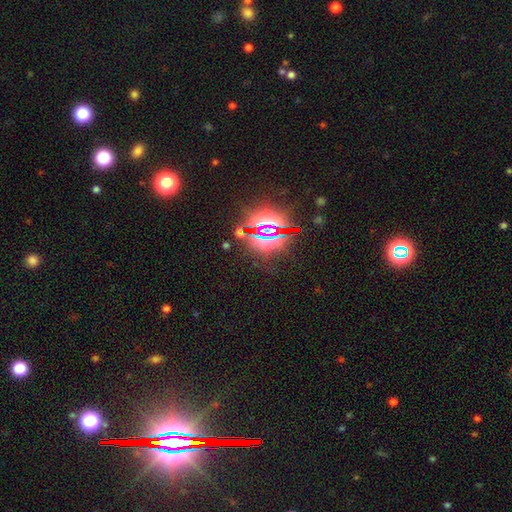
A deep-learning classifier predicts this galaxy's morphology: Smooth or featured? Predicted: star or artifact (p=0.82).